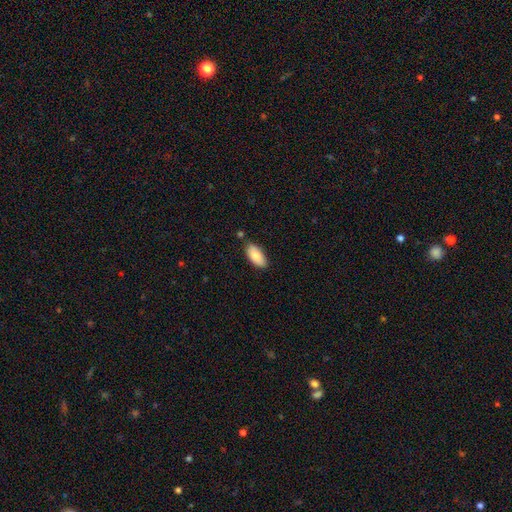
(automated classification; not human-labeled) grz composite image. It shows a smooth galaxy with no disk features (82%) that is in between round and cigar-shaped (92%). Merging: none (82%).